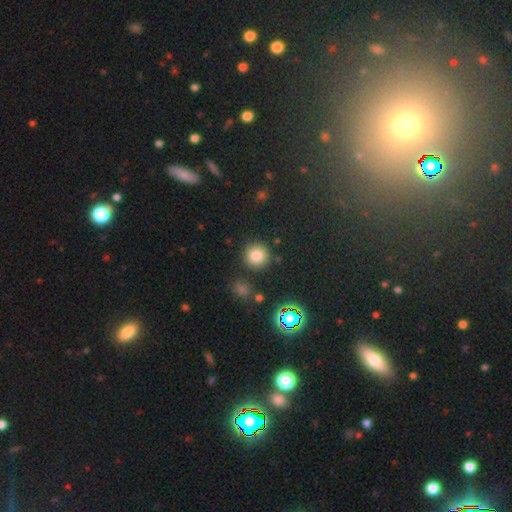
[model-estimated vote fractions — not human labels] smooth_or_featured: smooth (p=0.79) [alt: star or artifact p=0.15]
how_rounded: round (p=0.94) [alt: in between p=0.05]
merging: none (p=0.86) [alt: minor disturbance p=0.07]